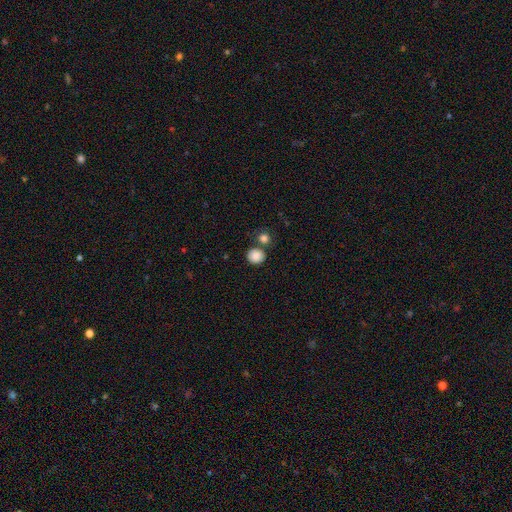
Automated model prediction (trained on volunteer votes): smooth_or_featured: smooth (p=0.86) [alt: star or artifact p=0.09]
how_rounded: round (p=0.87) [alt: in between p=0.12]
merging: none (p=0.72) [alt: merger p=0.16]